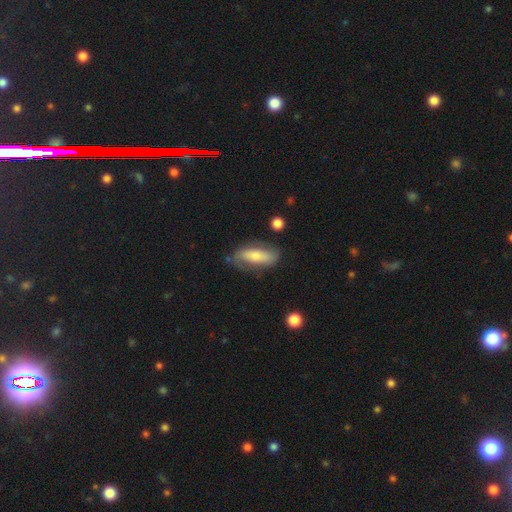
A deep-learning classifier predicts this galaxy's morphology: smooth_or_featured: smooth (p=0.54) [alt: featured or disk p=0.39]
how_rounded: in between (p=0.66) [alt: cigar-shaped p=0.32]
merging: none (p=0.69) [alt: minor disturbance p=0.21]